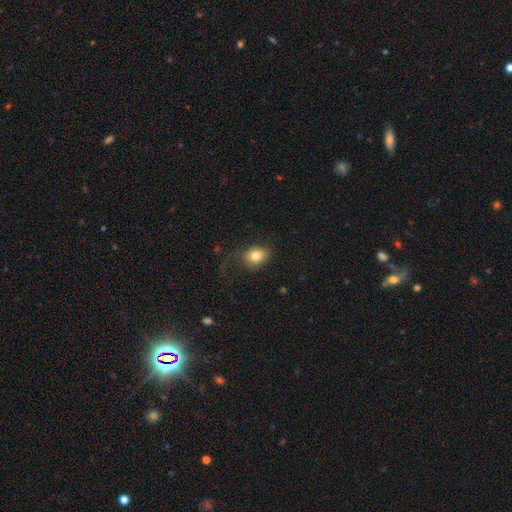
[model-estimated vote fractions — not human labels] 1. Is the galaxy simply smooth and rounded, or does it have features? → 79% smooth, 11% featured or disk, 10% star or artifact.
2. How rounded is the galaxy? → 52% round, 47% in between, 1% cigar-shaped.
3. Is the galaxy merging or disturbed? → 59% none, 22% minor disturbance, 18% major disturbance, 2% merger.